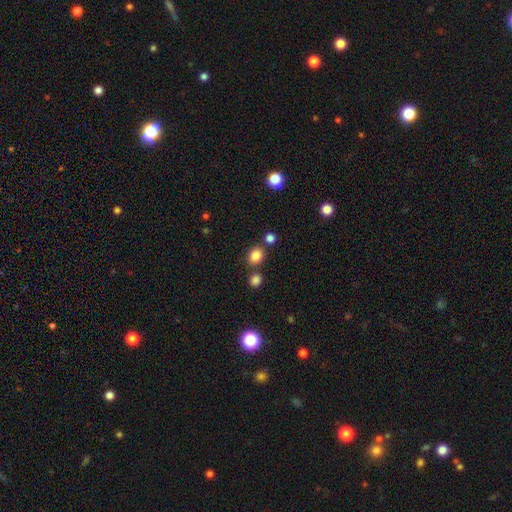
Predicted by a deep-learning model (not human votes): A smooth galaxy with no disk features (84%) that is in between round and cigar-shaped (51%). Merging: none (73%).